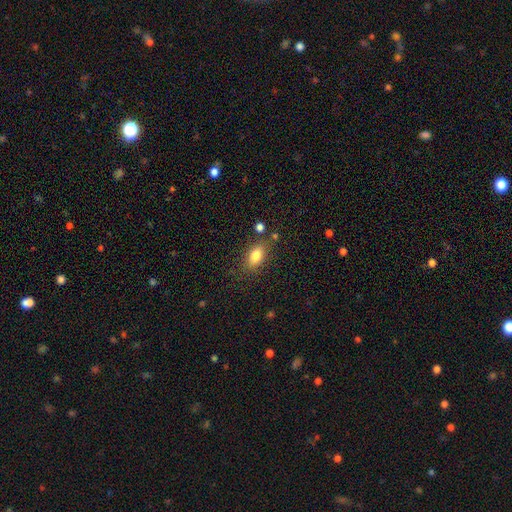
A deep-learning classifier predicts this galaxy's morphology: A smooth galaxy with no disk features (81%) that is in between round and cigar-shaped (86%). Merging: none (76%).